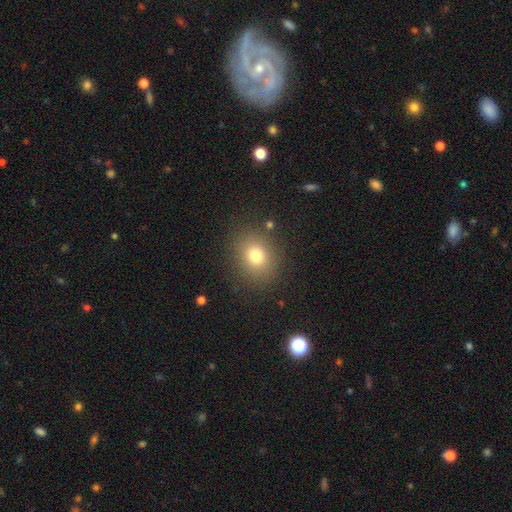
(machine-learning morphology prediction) smooth_or_featured: smooth (p=0.77) [alt: star or artifact p=0.14]
how_rounded: round (p=0.62) [alt: in between p=0.37]
merging: none (p=0.85) [alt: minor disturbance p=0.09]